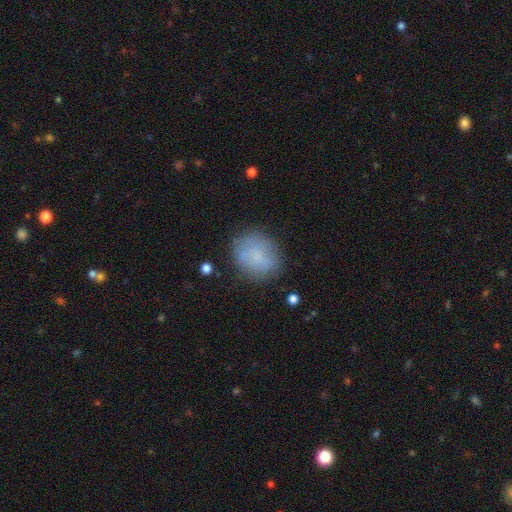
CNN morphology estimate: Q: Smooth or featured?
A: smooth (72%); runner-up: featured or disk (19%)
Q: How rounded?
A: round (63%); runner-up: in between (36%)
Q: Merging?
A: none (72%); runner-up: minor disturbance (19%)